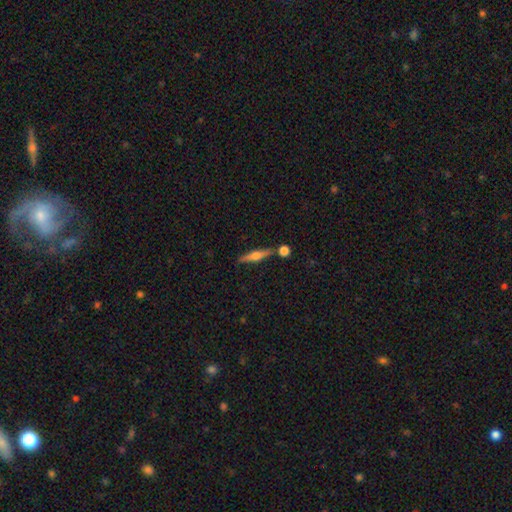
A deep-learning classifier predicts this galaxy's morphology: smooth-or-featured: featured or disk: 63% | smooth: 30% | star or artifact: 7%
  disk-edge-on: yes: 96% | no: 4%
    edge-on-bulge: rounded: 91% | boxy: 5% | none: 3%
  merging: none: 77% | merger: 11% | minor disturbance: 10% | major disturbance: 3%